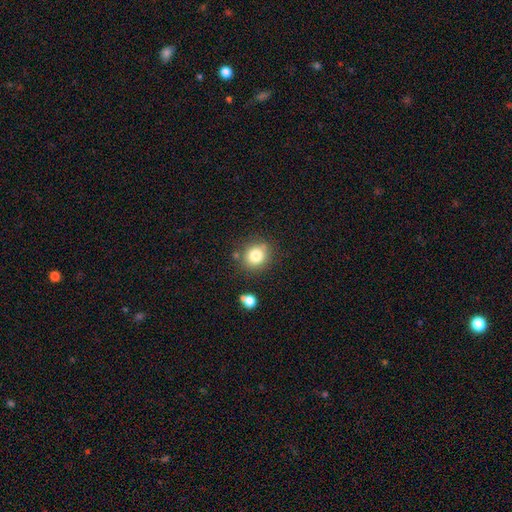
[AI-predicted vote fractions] This appears to be a smooth galaxy with no disk features (80%) that is round (77%). Merging: none (79%).